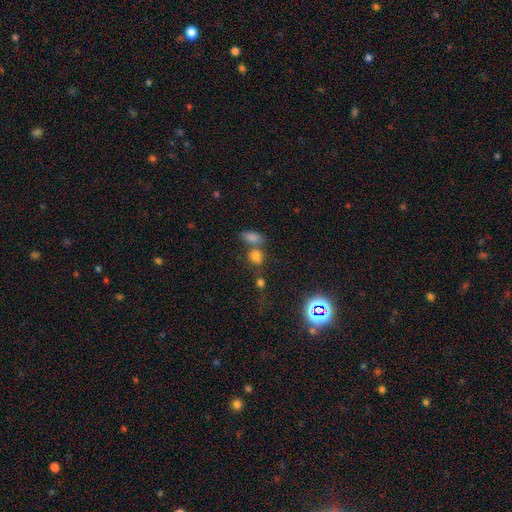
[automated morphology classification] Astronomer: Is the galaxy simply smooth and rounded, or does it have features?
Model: smooth — 68%.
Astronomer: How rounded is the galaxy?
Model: round — 49% (runner-up: in between, 48%).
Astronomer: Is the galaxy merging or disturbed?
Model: none — 51% (runner-up: merger, 35%).